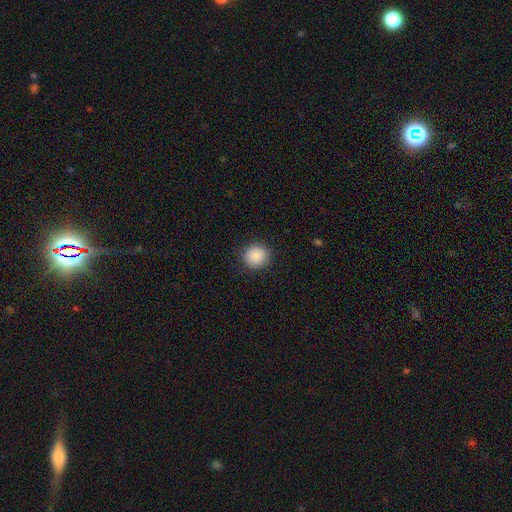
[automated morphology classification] Overall: smooth (89%). How rounded: round (92%). Merging: none (90%).